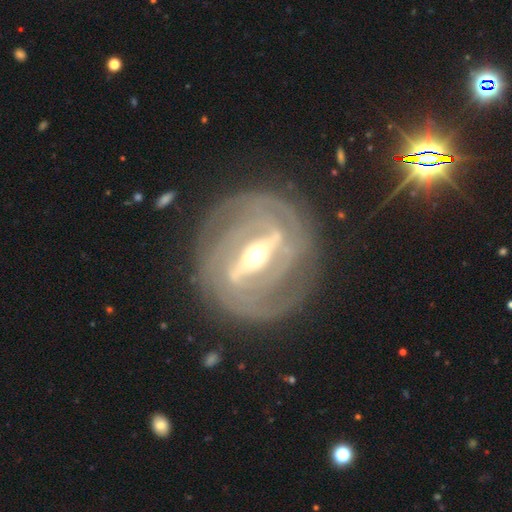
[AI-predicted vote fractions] smooth-or-featured: featured or disk: 90% | smooth: 6% | star or artifact: 5%
  disk-edge-on: no: 88% | yes: 12%
    bar: strong: 79% | weak: 16% | no: 5%
    has-spiral-arms: yes: 90% | no: 10%
      spiral-winding: tight: 74% | medium: 20% | loose: 6%
      spiral-arm-count: 2: 32% | can't tell: 27% | 3: 18% | 4: 12% | more than 4: 6% | 1: 5%
    bulge-size: moderate: 62% | small: 30% | large: 6% | dominant: 1% | none: 1%
  merging: none: 83% | minor disturbance: 11% | major disturbance: 5% | merger: 1%